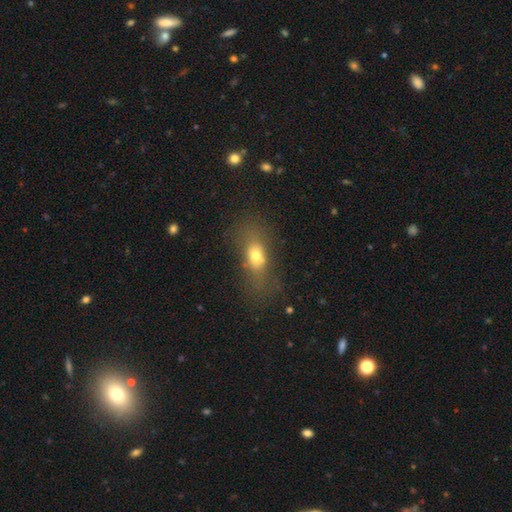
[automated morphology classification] The model was most divided on "merging": none: 58%, minor disturbance: 19%, major disturbance: 19%, merger: 3%. More confident: how rounded — in between (67%); smooth or featured — smooth (65%).